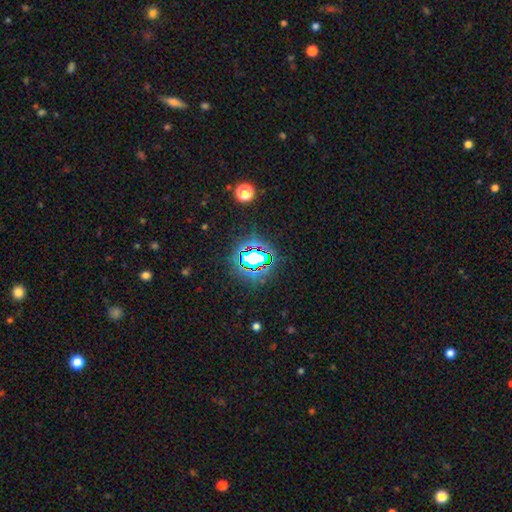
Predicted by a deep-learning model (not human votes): The model was most divided on "smooth or featured": star or artifact: 71%, smooth: 18%, featured or disk: 11%.